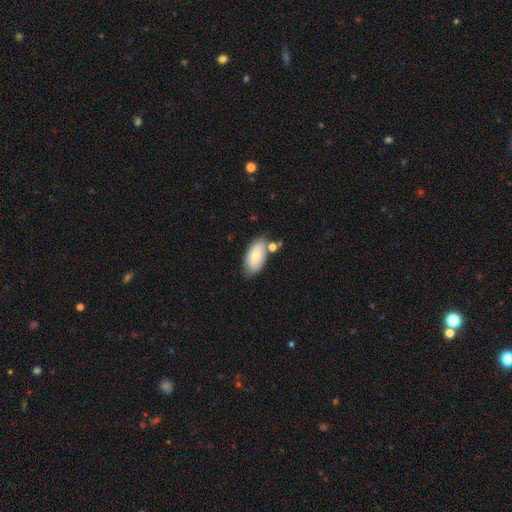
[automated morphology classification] This is likely a smooth galaxy (74%). How rounded: clearly in between (94%). Merging: likely none (67%).